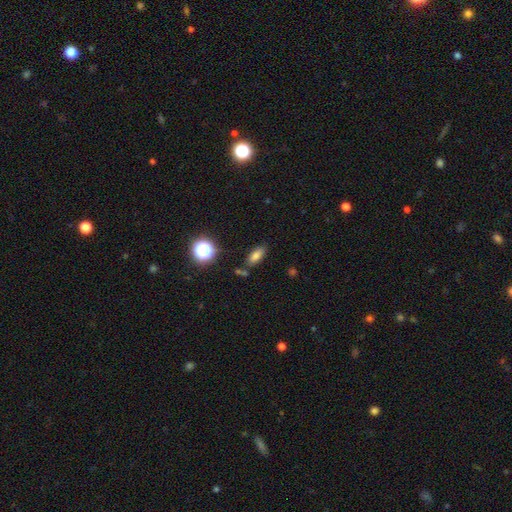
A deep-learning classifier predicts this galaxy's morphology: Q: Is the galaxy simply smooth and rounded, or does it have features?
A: smooth — 76%.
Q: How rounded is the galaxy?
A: in between — 78%.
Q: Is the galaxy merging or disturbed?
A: none — 77%.